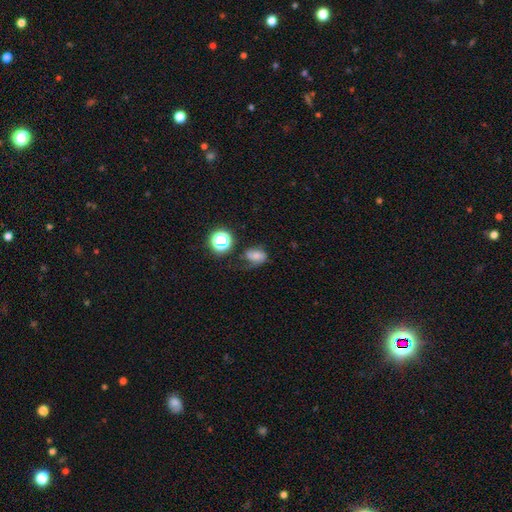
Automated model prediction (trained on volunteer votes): The model was most divided on "merging": none: 41%, minor disturbance: 31%, major disturbance: 23%, merger: 5%. More confident: how rounded — in between (70%); smooth or featured — smooth (56%).